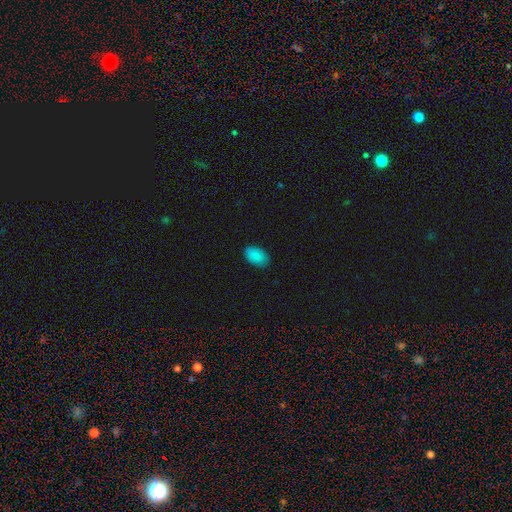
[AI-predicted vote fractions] Smooth or featured: smooth — 88% (star or artifact — 8%)
How rounded: in between — 92% (round — 6%)
Merging: none — 86% (minor disturbance — 11%)